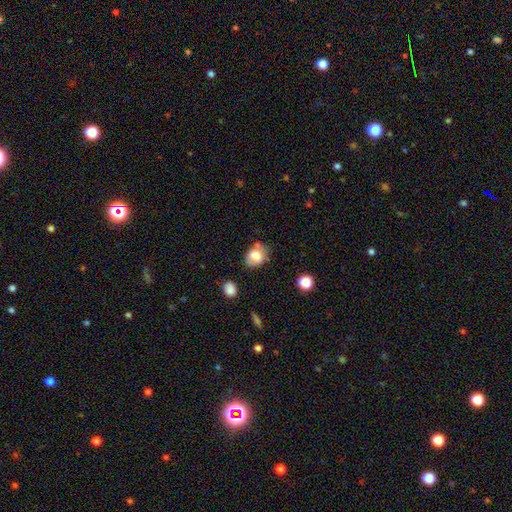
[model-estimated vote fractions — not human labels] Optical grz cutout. It shows a smooth galaxy with no disk features (74%) that is in between round and cigar-shaped (61%). Merging: none (59%).